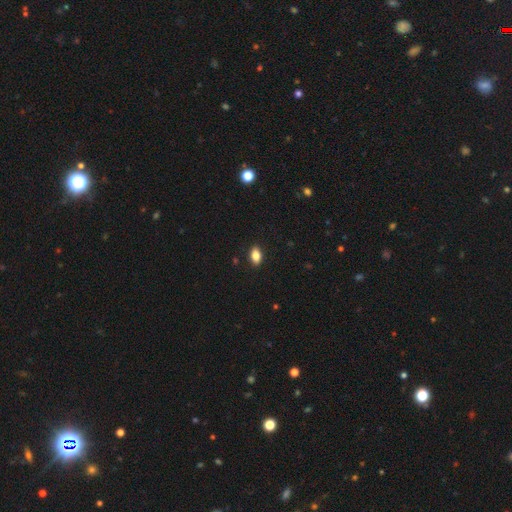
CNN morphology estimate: type=smooth (84%); roundness=in between (88%); merging=none (89%).